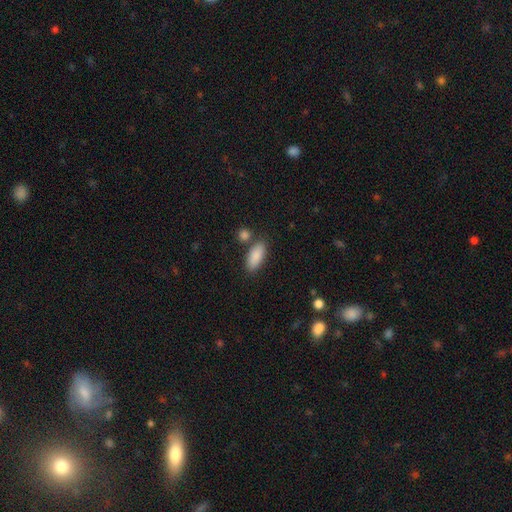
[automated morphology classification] smooth 88%, star or artifact 6%, featured or disk 6%. Down the decision tree: how rounded — in between (84%); merging — none (75%).